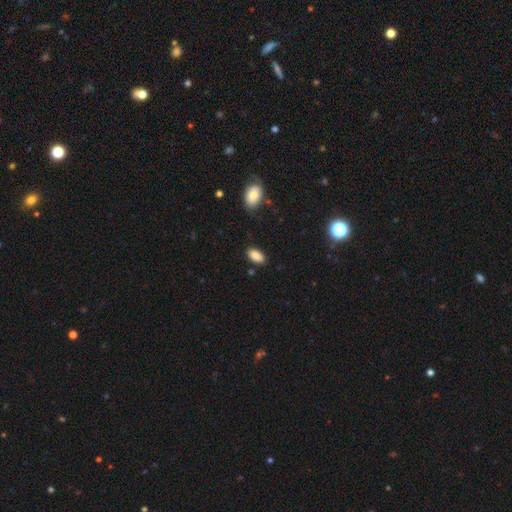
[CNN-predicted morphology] type=smooth (87%); roundness=in between (94%); merging=none (85%).